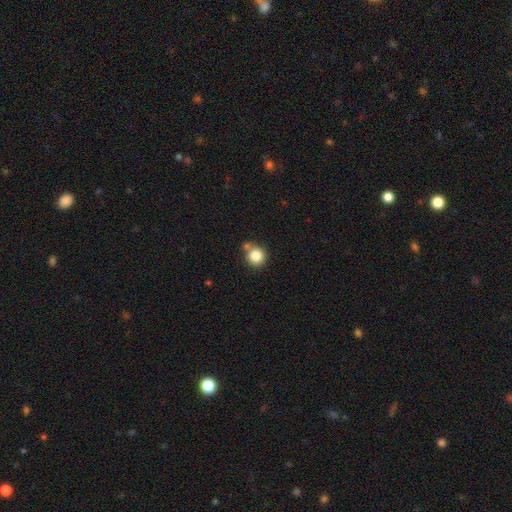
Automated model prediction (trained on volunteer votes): Smooth or featured? Predicted: smooth (p=0.84). How rounded? Predicted: round (p=0.89). Merging? Predicted: none (p=0.61).